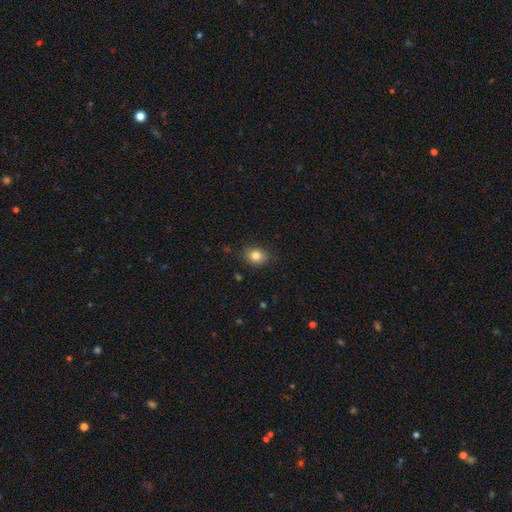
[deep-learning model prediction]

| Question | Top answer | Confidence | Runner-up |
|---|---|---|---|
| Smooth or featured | smooth | 83% | star or artifact (10%) |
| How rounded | round | 52% | in between (47%) |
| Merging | none | 84% | minor disturbance (12%) |